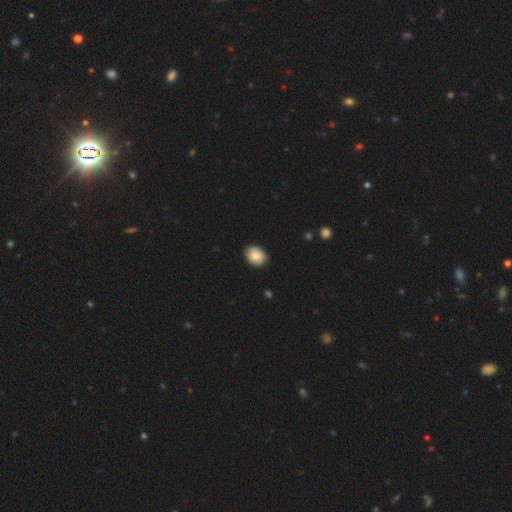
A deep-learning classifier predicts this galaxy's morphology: smooth-or-featured: smooth: 82% | featured or disk: 11% | star or artifact: 7%
  how-rounded: in between: 52% | round: 47% | cigar-shaped: 1%
  merging: none: 86% | minor disturbance: 11% | major disturbance: 2% | merger: 1%